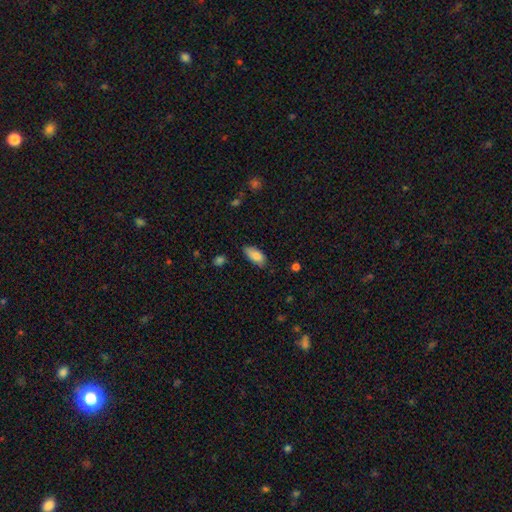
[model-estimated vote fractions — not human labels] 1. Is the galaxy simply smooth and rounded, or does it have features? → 85% smooth, 8% featured or disk, 7% star or artifact.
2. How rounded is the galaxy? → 88% in between, 10% cigar-shaped, 2% round.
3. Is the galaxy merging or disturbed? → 70% none, 24% minor disturbance, 4% major disturbance, 2% merger.